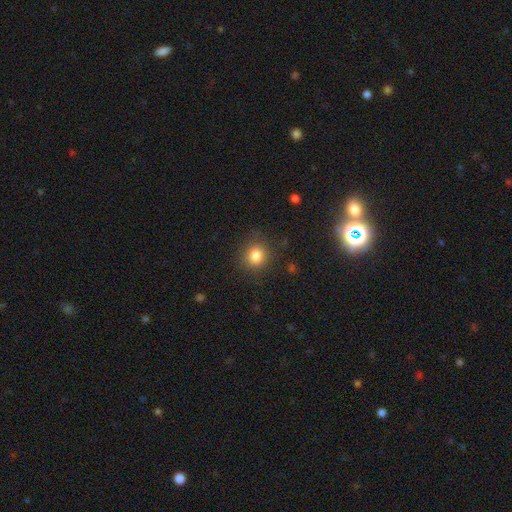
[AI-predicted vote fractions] Morphology: type=smooth (82%); roundness=round (86%); merging=none (85%).